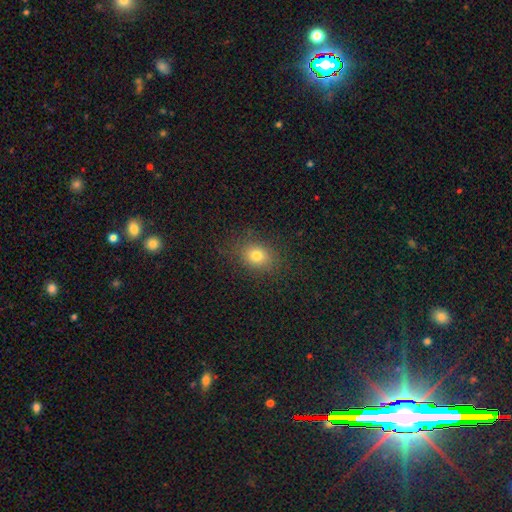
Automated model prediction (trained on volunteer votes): This is likely a smooth galaxy (77%). How rounded: possibly in between (53%). Merging: clearly none (86%).